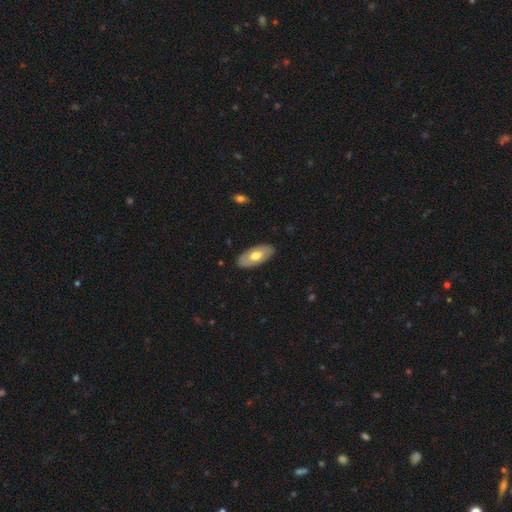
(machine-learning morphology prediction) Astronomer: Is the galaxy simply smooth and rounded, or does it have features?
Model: smooth — 57% (runner-up: featured or disk, 38%).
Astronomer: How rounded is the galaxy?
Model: in between — 91%.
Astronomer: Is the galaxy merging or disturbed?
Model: none — 87%.